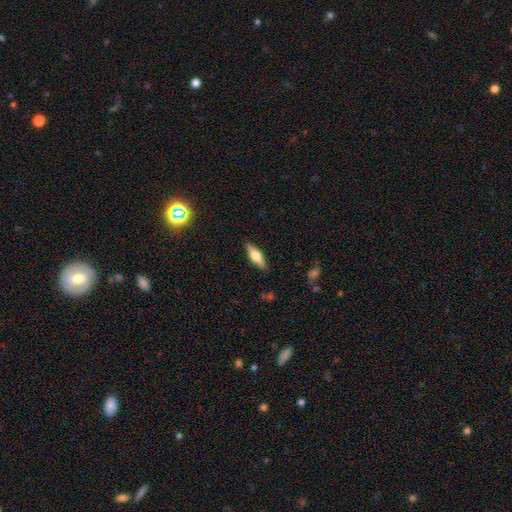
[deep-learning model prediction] A smooth galaxy with no disk features (51%) that is cigar-shaped (52%).

Vote fractions:
- Smooth or featured? smooth: 51% / featured or disk: 42% / star or artifact: 7%
- How rounded? cigar-shaped: 52% / in between: 46% / round: 3%
- Merging? none: 87% / minor disturbance: 9% / major disturbance: 2% / merger: 1%